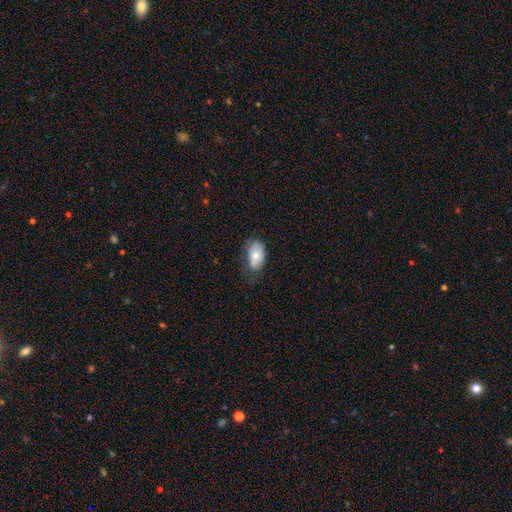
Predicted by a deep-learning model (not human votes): Smooth or featured?
  - smooth: 72% *
  - featured or disk: 20%
  - star or artifact: 7%
How rounded?
  - in between: 92% *
  - round: 6%
  - cigar-shaped: 2%
Merging?
  - none: 56% *
  - minor disturbance: 32%
  - major disturbance: 10%
  - merger: 2%